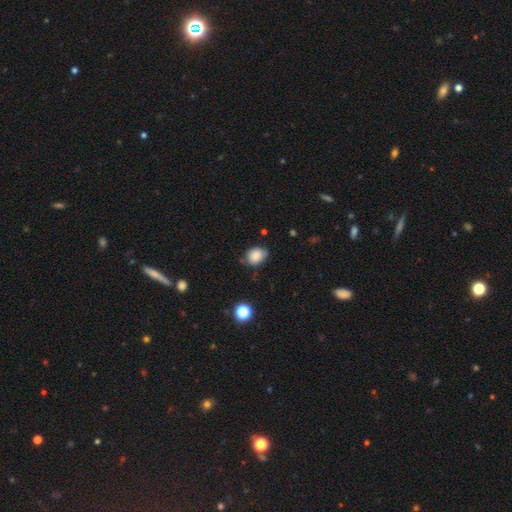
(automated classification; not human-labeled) smooth 84%, star or artifact 9%, featured or disk 6%. Down the decision tree: how rounded — in between (57%); merging — none (68%).